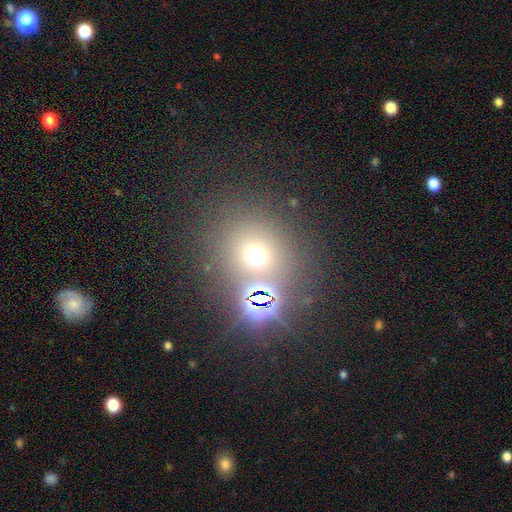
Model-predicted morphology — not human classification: Smooth or featured? Predicted: smooth (p=0.51). How rounded? Predicted: round (p=0.84). Merging? Predicted: none (p=0.71).